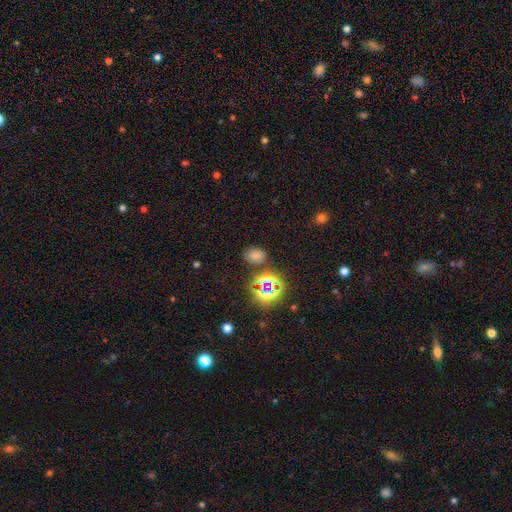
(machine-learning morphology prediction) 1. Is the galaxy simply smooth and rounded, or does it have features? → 64% smooth, 30% star or artifact, 6% featured or disk.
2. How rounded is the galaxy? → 65% in between, 34% round, 1% cigar-shaped.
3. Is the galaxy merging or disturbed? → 78% none, 13% minor disturbance, 5% merger, 4% major disturbance.